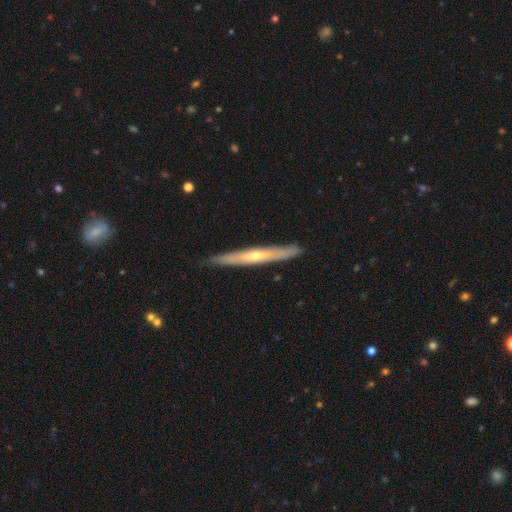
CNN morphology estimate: smooth-or-featured: featured or disk: 66% | smooth: 28% | star or artifact: 6%
  disk-edge-on: yes: 92% | no: 8%
    edge-on-bulge: rounded: 66% | none: 32% | boxy: 3%
  merging: none: 87% | minor disturbance: 10% | major disturbance: 1% | merger: 1%